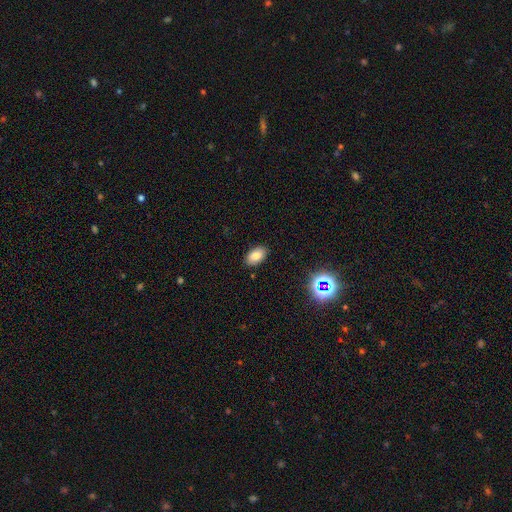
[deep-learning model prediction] Smooth or featured? Predicted: smooth (p=0.81). How rounded? Predicted: in between (p=0.92). Merging? Predicted: none (p=0.88).